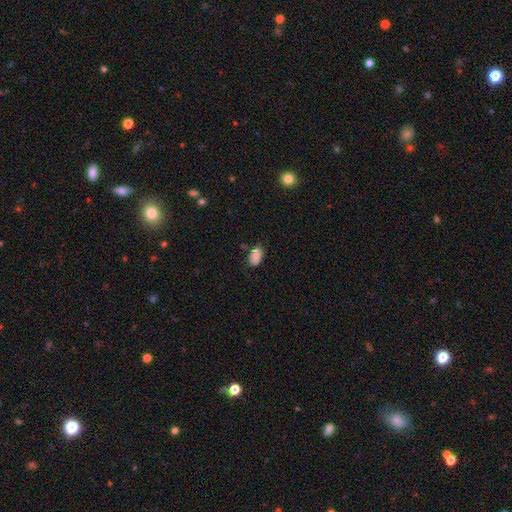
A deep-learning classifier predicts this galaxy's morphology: A smooth galaxy with no disk features (85%) that is in between round and cigar-shaped (92%). Merging: none (70%).